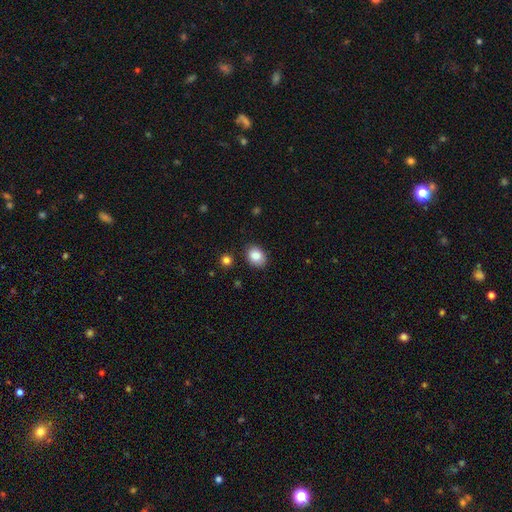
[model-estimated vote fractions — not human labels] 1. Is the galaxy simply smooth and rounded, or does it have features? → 85% smooth, 8% star or artifact, 6% featured or disk.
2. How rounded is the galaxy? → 64% in between, 35% round, 1% cigar-shaped.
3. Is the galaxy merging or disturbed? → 85% none, 11% minor disturbance, 2% major disturbance, 2% merger.